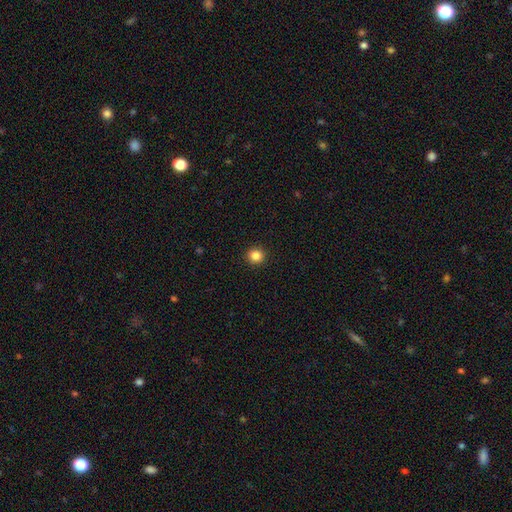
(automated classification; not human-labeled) smooth_or_featured: smooth (p=0.85) [alt: star or artifact p=0.11]
how_rounded: round (p=0.93) [alt: in between p=0.06]
merging: none (p=0.93) [alt: minor disturbance p=0.05]